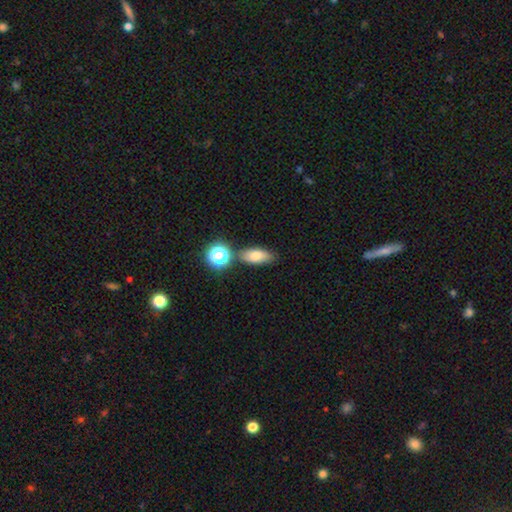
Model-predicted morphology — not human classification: A smooth galaxy with no disk features (74%) that is in between round and cigar-shaped (76%).

Vote fractions:
- Smooth or featured? smooth: 74% / featured or disk: 14% / star or artifact: 12%
- How rounded? in between: 76% / cigar-shaped: 13% / round: 11%
- Merging? none: 74% / minor disturbance: 12% / merger: 10% / major disturbance: 4%